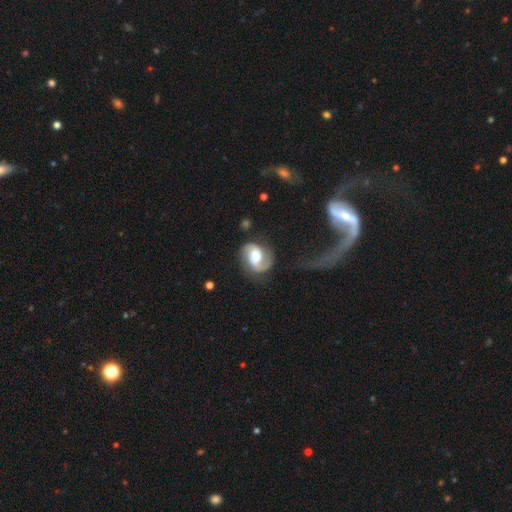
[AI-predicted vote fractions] The model was most divided on "bar": weak: 44%, no: 39%, strong: 18%. Remaining: edge-on disk — no (98%); spiral arms — yes (94%); spiral arm count — 2 (87%); smooth or featured — featured or disk (79%); merging — none (69%); bulge size — moderate (49%); spiral winding — medium (49%).